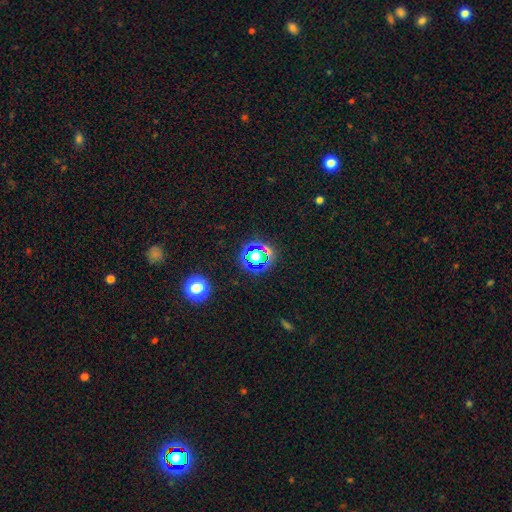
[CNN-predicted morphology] A star or artifact, not a galaxy (49%).

Vote fractions:
- Smooth or featured? star or artifact: 49% / smooth: 41% / featured or disk: 11%